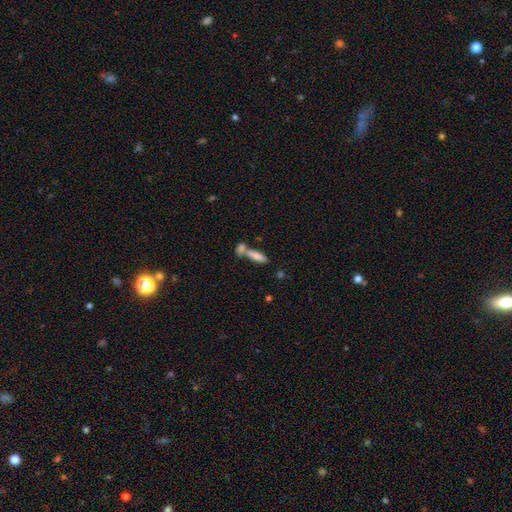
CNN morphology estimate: Smooth or featured? Predicted: smooth (p=0.79). How rounded? Predicted: in between (p=0.50). Merging? Predicted: merger (p=0.51).